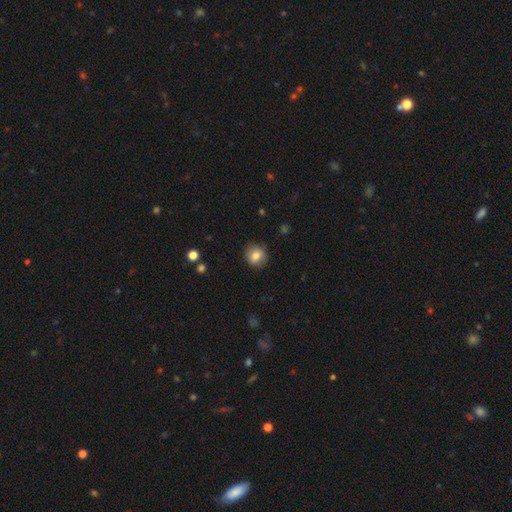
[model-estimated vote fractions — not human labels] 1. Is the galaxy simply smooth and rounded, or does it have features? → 80% smooth, 11% featured or disk, 9% star or artifact.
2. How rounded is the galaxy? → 79% round, 20% in between, 1% cigar-shaped.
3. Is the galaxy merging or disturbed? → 85% none, 11% minor disturbance, 3% major disturbance, 1% merger.